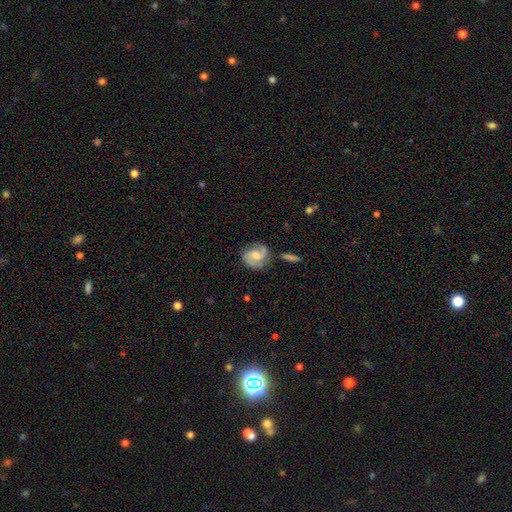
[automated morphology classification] Smooth or featured: featured or disk — 73% (smooth — 21%)
Edge-on disk: no — 97% (yes — 3%)
Bar: no — 46% (weak — 44%)
Spiral arms: yes — 94% (no — 6%)
Spiral winding: medium — 50% (tight — 28%)
Spiral arm count: 2 — 84% (can't tell — 7%)
Bulge size: moderate — 48% (small — 34%)
Merging: none — 67% (minor disturbance — 20%)